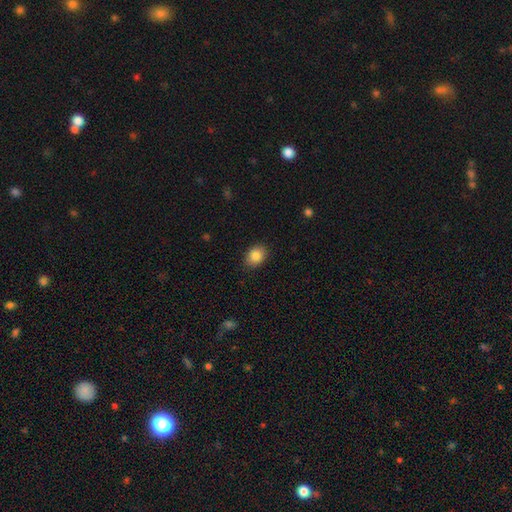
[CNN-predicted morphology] smooth_or_featured: smooth (p=0.87) [alt: star or artifact p=0.08]
how_rounded: in between (p=0.61) [alt: round p=0.39]
merging: none (p=0.86) [alt: minor disturbance p=0.11]